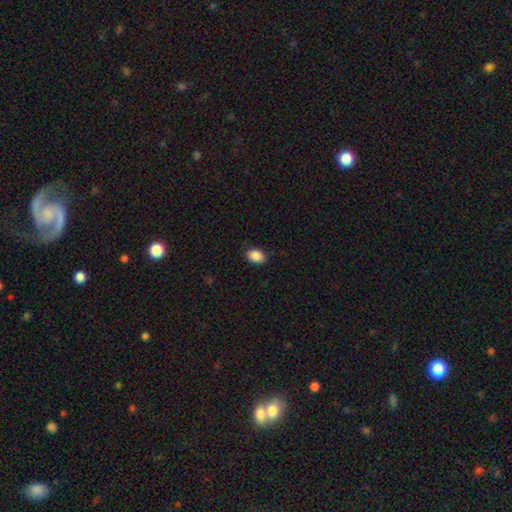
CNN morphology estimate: smooth-or-featured: smooth: 89% | star or artifact: 8% | featured or disk: 3%
  how-rounded: in between: 81% | round: 18% | cigar-shaped: 1%
  merging: none: 88% | minor disturbance: 9% | major disturbance: 2% | merger: 1%